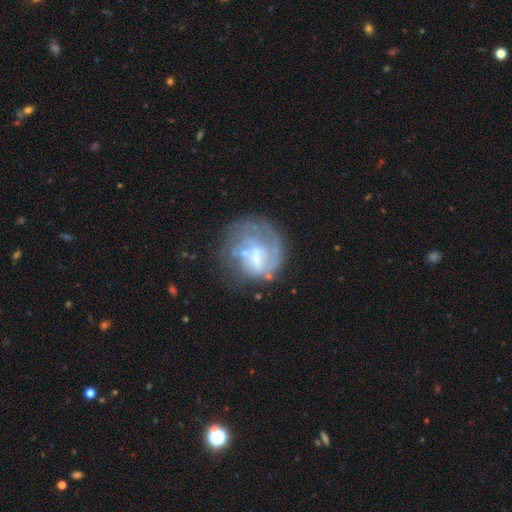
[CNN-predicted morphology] Smooth or featured? featured or disk (61%)
Edge-on disk? no (98%)
Bar? no (61%)
Spiral arms? no (64%)
Bulge size? none (38%)
Merging? none (44%)